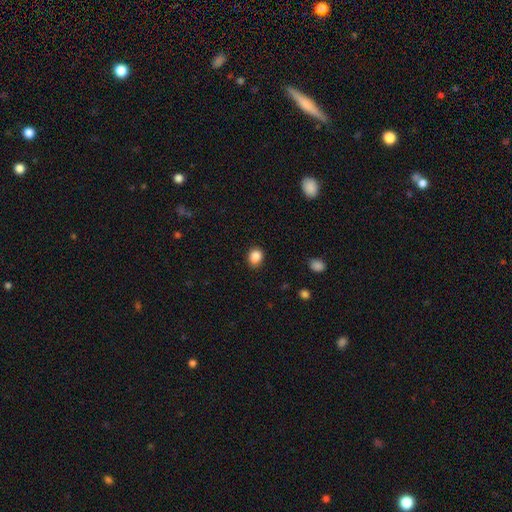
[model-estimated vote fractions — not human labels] The model was most divided on "how rounded": round: 59%, in between: 40%, cigar-shaped: 1%. More confident: smooth or featured — smooth (87%); merging — none (83%).